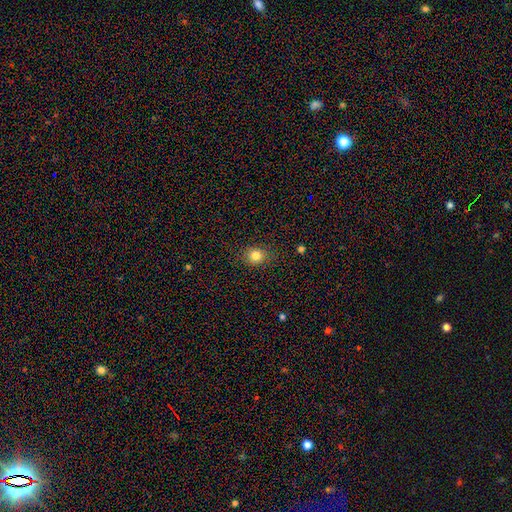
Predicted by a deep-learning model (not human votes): The model was most divided on "how rounded": round: 67%, in between: 32%, cigar-shaped: 1%. More confident: merging — none (85%); smooth or featured — smooth (81%).